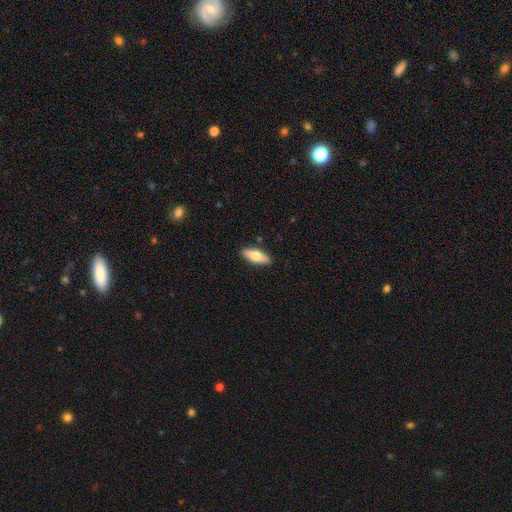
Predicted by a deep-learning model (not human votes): Smooth or featured: smooth — 63% (featured or disk — 31%)
How rounded: in between — 60% (cigar-shaped — 37%)
Merging: none — 88% (minor disturbance — 9%)